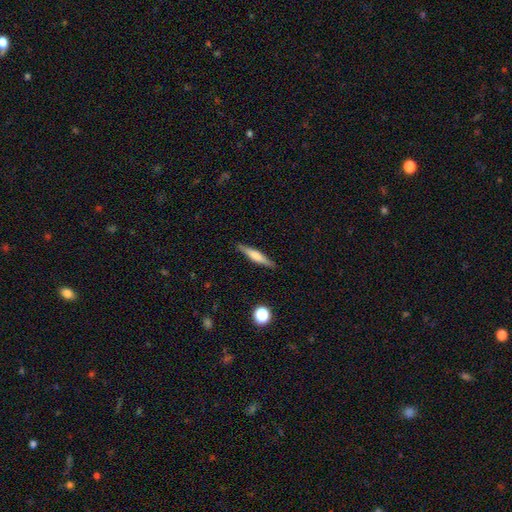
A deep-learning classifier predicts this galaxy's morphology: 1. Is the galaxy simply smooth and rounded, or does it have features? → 48% featured or disk, 45% smooth, 7% star or artifact.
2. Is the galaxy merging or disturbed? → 88% none, 9% minor disturbance, 2% major disturbance, 1% merger.